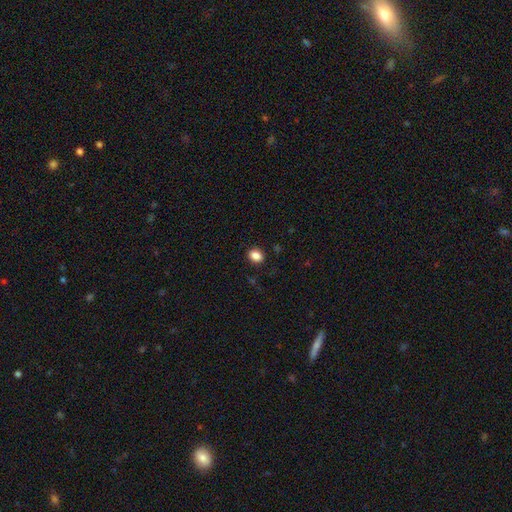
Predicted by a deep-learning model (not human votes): smooth 87%, star or artifact 10%, featured or disk 4%. Down the decision tree: how rounded — in between (62%); merging — none (89%).